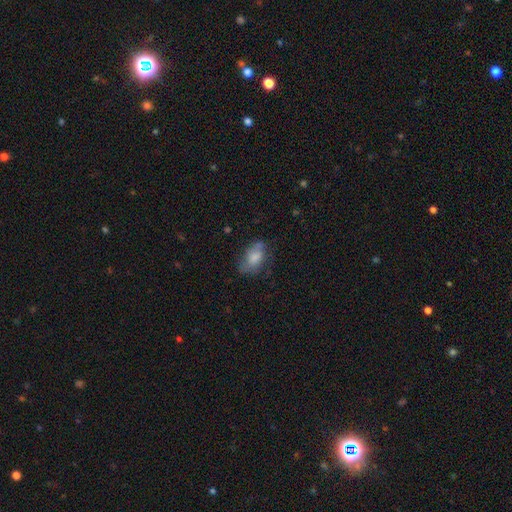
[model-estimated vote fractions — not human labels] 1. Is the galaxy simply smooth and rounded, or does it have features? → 58% smooth, 30% featured or disk, 11% star or artifact.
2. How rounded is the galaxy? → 85% in between, 11% round, 3% cigar-shaped.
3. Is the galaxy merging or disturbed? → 57% none, 27% minor disturbance, 13% major disturbance, 3% merger.